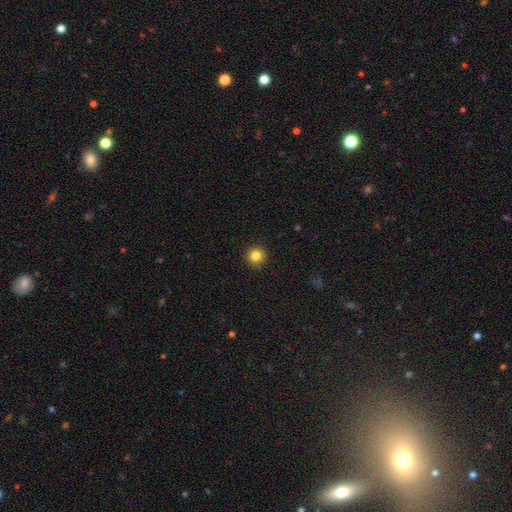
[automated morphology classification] Smooth or featured? Predicted: smooth (p=0.84). How rounded? Predicted: round (p=0.94). Merging? Predicted: none (p=0.91).